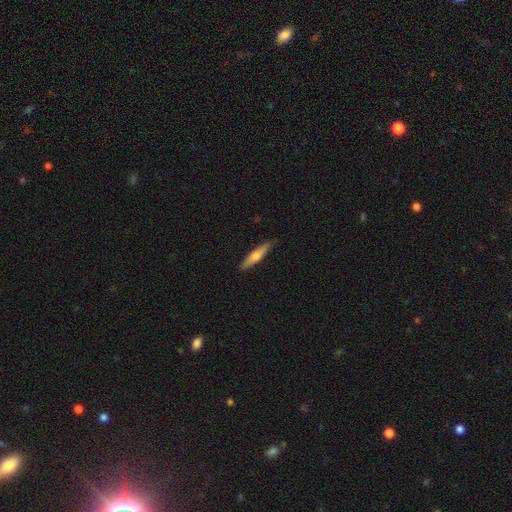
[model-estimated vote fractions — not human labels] Smooth or featured? smooth (56%)
How rounded? cigar-shaped (86%)
Merging? none (89%)